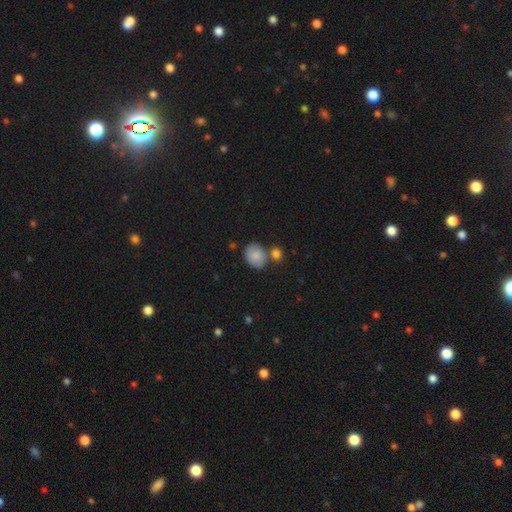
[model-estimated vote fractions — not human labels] smooth 84%, featured or disk 9%, star or artifact 8%. Down the decision tree: how rounded — in between (52%); merging — none (61%).